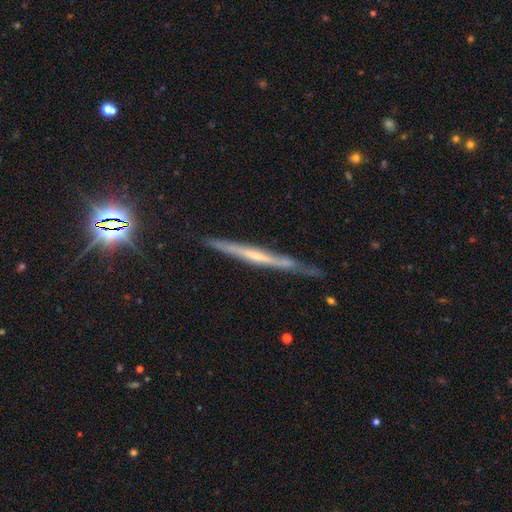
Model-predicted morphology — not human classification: A featured or disk galaxy (68%) viewed edge-on (94%) with no central bulge (63%).

Vote fractions:
- Smooth or featured? featured or disk: 68% / smooth: 23% / star or artifact: 9%
- Edge-on disk? yes: 94% / no: 6%
- Edge-on bulge? none: 63% / rounded: 27% / boxy: 10%
- Merging? none: 76% / minor disturbance: 18% / major disturbance: 3% / merger: 2%